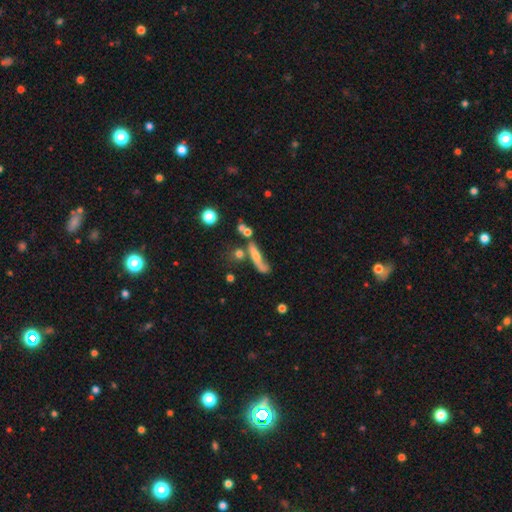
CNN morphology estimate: smooth 45%, featured or disk 43%, star or artifact 12%. Down the decision tree: merging — none (37%).